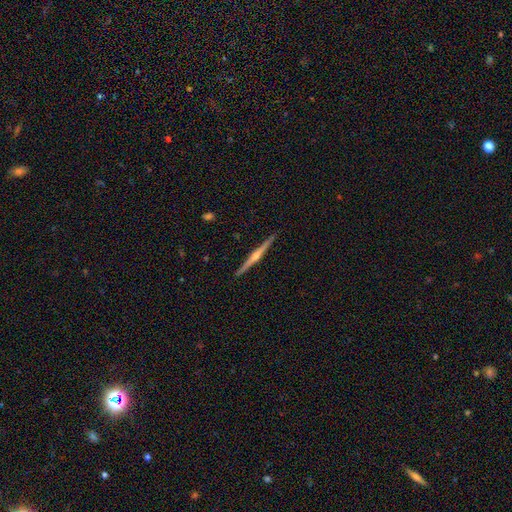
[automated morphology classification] A featured or disk galaxy (83%) viewed edge-on (99%) with a rounded central bulge (88%).

Vote fractions:
- Smooth or featured? featured or disk: 83% / smooth: 12% / star or artifact: 5%
- Edge-on disk? yes: 99% / no: 1%
- Edge-on bulge? rounded: 88% / none: 7% / boxy: 5%
- Merging? none: 93% / minor disturbance: 5% / major disturbance: 1% / merger: 1%